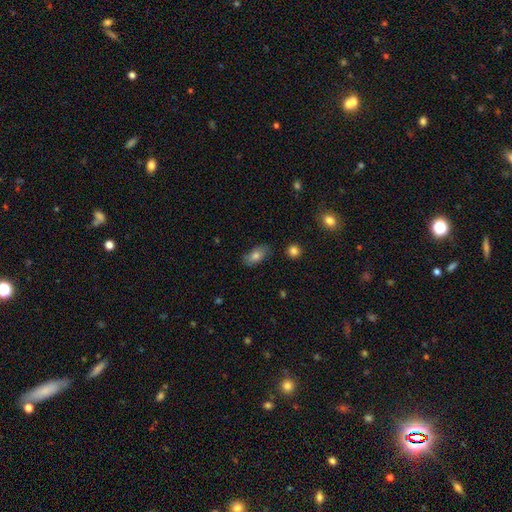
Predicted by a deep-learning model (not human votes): A smooth galaxy with no disk features (76%) that is in between round and cigar-shaped (89%). Merging: none (79%).